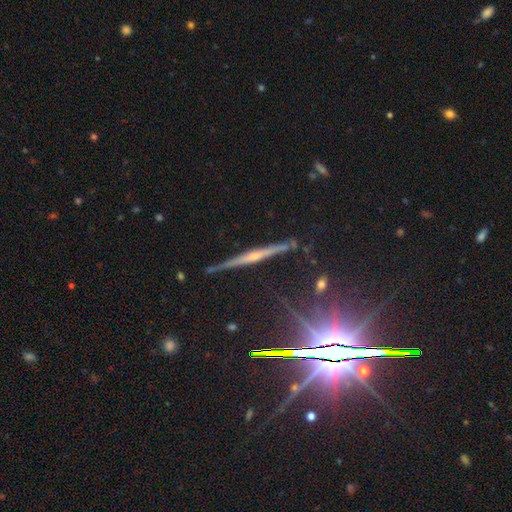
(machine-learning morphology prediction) A featured or disk galaxy (74%) viewed edge-on (98%) with a rounded central bulge (77%). Merging: none (86%).